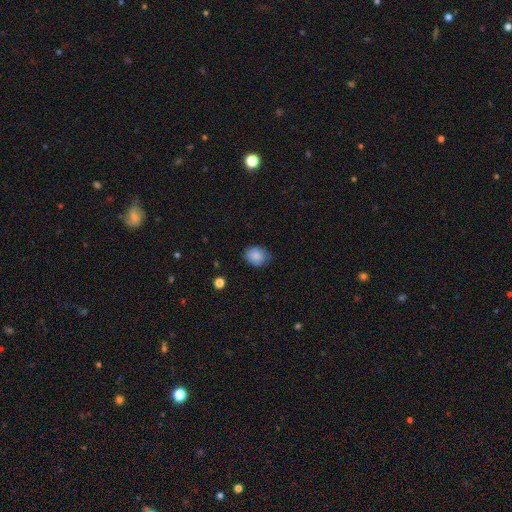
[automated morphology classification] smooth 84%, star or artifact 8%, featured or disk 8%. Down the decision tree: how rounded — round (52%); merging — none (72%).